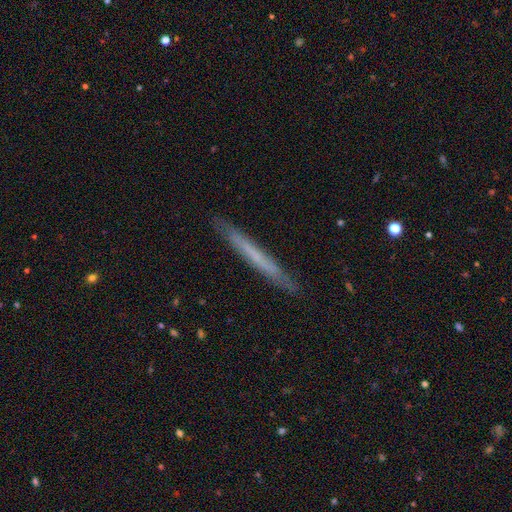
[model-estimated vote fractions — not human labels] Smooth or featured?
  - smooth: 48% *
  - featured or disk: 45%
  - star or artifact: 7%
Merging?
  - none: 89% *
  - minor disturbance: 8%
  - major disturbance: 2%
  - merger: 1%